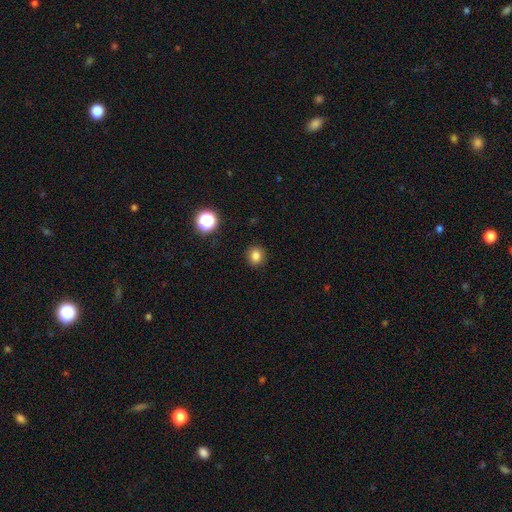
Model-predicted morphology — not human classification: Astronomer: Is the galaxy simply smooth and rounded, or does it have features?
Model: smooth — 82%.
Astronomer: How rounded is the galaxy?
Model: round — 84%.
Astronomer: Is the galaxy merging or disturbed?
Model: none — 90%.